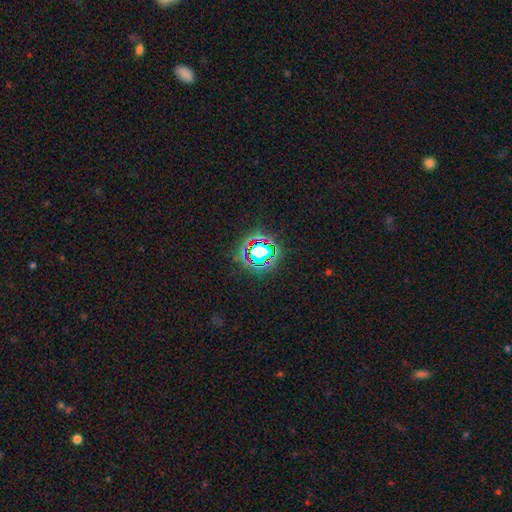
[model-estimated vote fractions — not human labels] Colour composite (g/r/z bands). It shows a star or artifact, not a galaxy (66%).